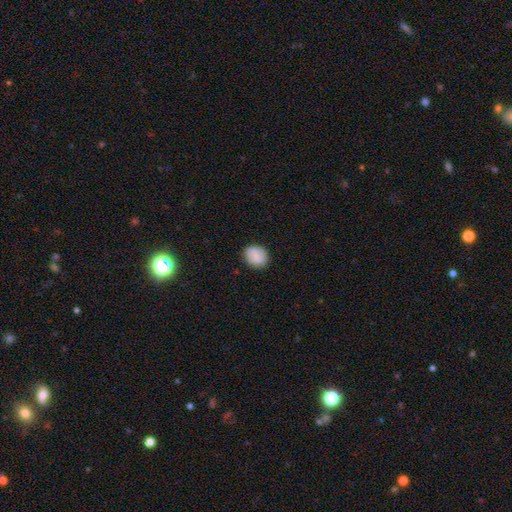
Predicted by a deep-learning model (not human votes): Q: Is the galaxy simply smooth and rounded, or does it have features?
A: smooth — 69%.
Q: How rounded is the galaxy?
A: round — 76%.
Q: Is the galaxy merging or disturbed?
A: none — 87%.